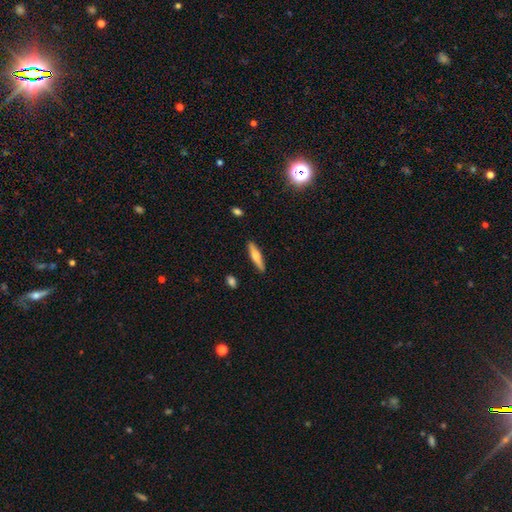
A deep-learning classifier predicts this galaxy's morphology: Smooth or featured? smooth (55%)
How rounded? cigar-shaped (80%)
Merging? none (89%)